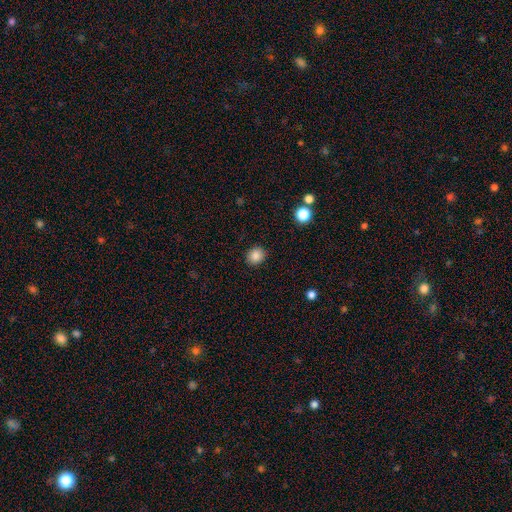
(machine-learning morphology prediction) Smooth or featured: smooth — 86% (star or artifact — 10%)
How rounded: round — 75% (in between — 24%)
Merging: none — 90% (minor disturbance — 7%)